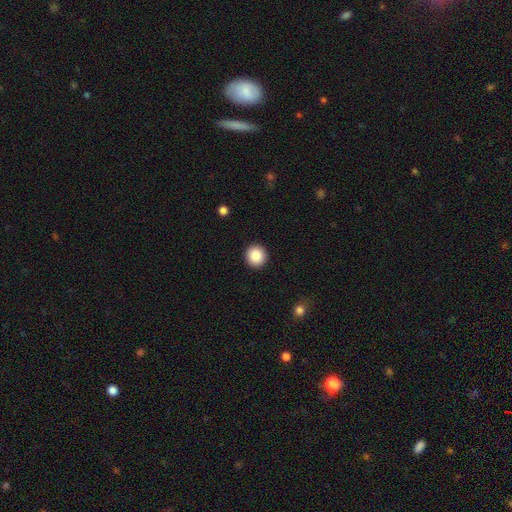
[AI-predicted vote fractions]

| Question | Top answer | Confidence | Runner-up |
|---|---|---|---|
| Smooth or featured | smooth | 87% | star or artifact (9%) |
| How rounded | round | 95% | in between (4%) |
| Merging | none | 93% | minor disturbance (4%) |